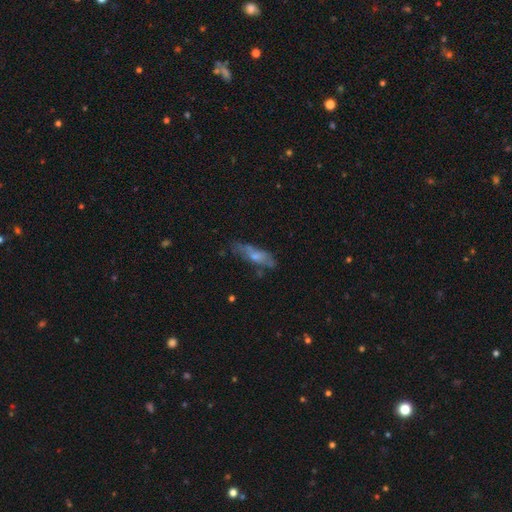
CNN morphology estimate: smooth-or-featured: smooth: 53% | featured or disk: 39% | star or artifact: 9%
  how-rounded: cigar-shaped: 50% | in between: 47% | round: 3%
  merging: none: 45% | minor disturbance: 28% | major disturbance: 19% | merger: 8%